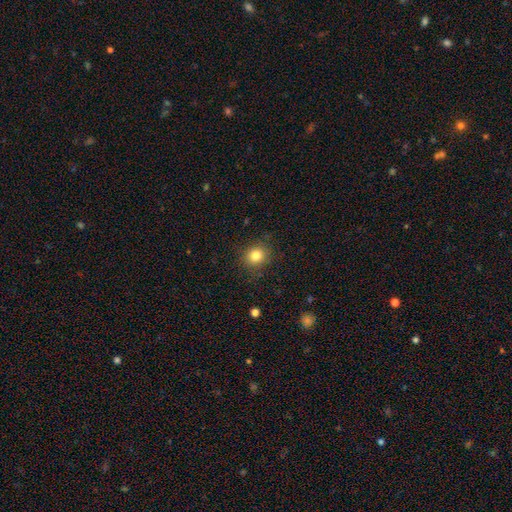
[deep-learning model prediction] Morphology: type=smooth (82%); roundness=round (79%); merging=none (86%).